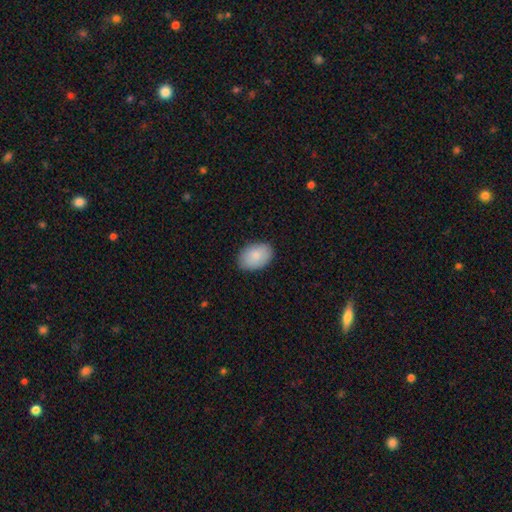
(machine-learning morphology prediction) type=smooth (88%); roundness=in between (88%); merging=none (86%).